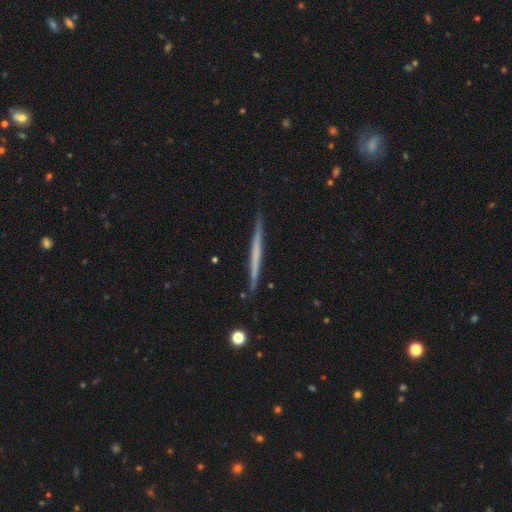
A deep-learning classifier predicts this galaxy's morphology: Smooth or featured?
  - featured or disk: 56% *
  - smooth: 38%
  - star or artifact: 5%
Edge-on disk?
  - yes: 98% *
  - no: 2%
Edge-on bulge?
  - none: 89% *
  - rounded: 7%
  - boxy: 4%
Merging?
  - none: 89% *
  - minor disturbance: 8%
  - major disturbance: 1%
  - merger: 1%